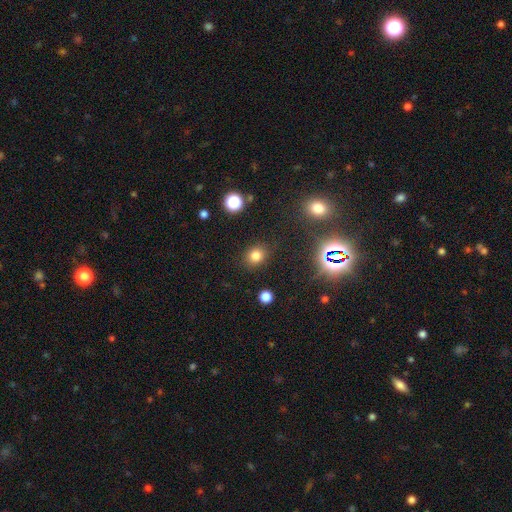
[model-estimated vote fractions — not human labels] smooth 79%, star or artifact 15%, featured or disk 6%. Down the decision tree: how rounded — round (69%); merging — none (87%).